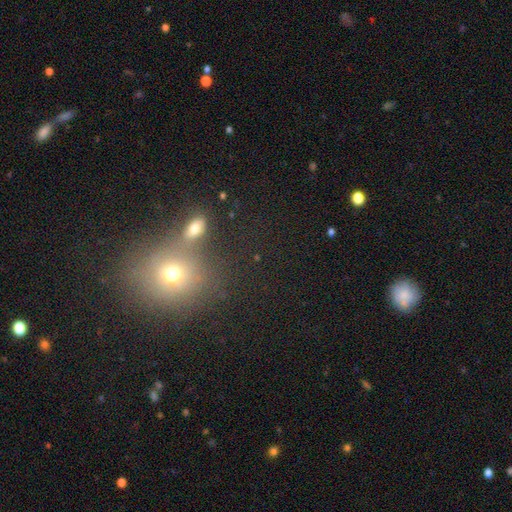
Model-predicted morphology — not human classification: Smooth or featured? Predicted: smooth (p=0.50). How rounded? Predicted: round (p=0.72). Merging? Predicted: none (p=0.66).